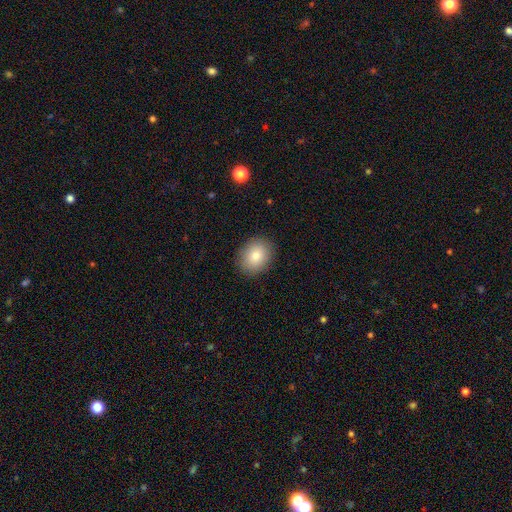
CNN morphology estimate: smooth-or-featured: smooth: 82% | featured or disk: 9% | star or artifact: 9%
  how-rounded: round: 50% | in between: 49% | cigar-shaped: 1%
  merging: none: 89% | minor disturbance: 8% | major disturbance: 2% | merger: 1%